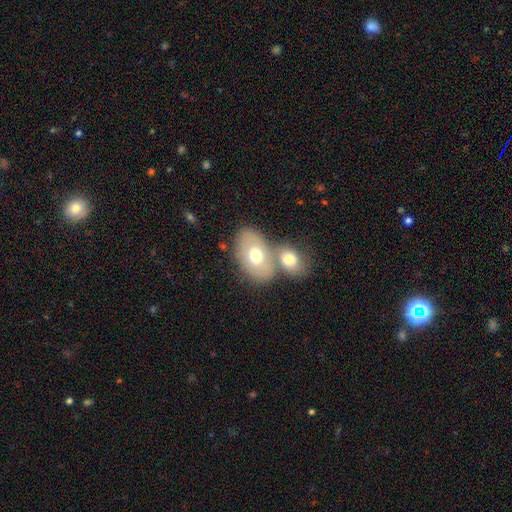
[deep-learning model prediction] featured or disk 44%, smooth 42%, star or artifact 13%. Down the decision tree: merging — merger (43%).